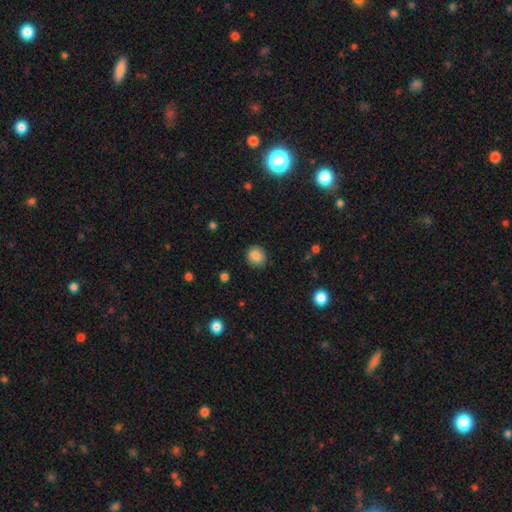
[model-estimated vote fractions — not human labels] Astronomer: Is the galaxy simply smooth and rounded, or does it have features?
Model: smooth — 86%.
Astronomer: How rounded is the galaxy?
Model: round — 74%.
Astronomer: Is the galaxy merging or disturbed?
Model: none — 88%.